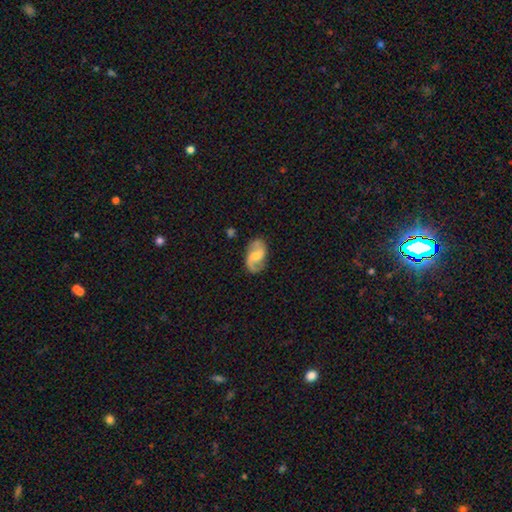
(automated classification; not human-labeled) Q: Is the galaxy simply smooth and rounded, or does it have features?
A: featured or disk — 83%.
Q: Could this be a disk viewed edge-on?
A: no — 97%.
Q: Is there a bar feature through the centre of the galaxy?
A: weak — 46%.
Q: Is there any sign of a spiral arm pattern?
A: yes — 96%.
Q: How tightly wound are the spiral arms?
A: medium — 46%.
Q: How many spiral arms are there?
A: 2 — 92%.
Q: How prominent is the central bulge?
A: moderate — 51%.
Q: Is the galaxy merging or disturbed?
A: none — 82%.